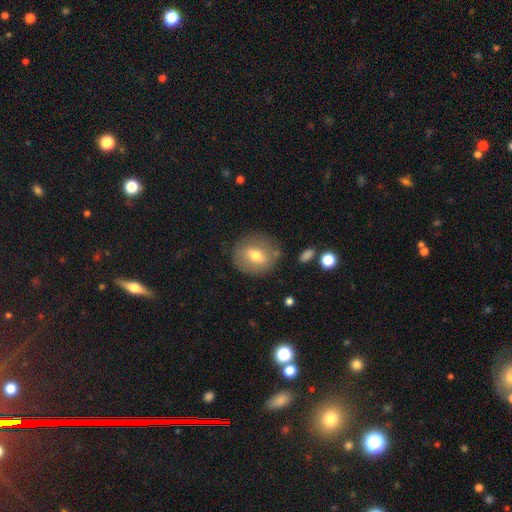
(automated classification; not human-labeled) This is possibly a smooth galaxy (58%). How rounded: likely round (73%). Merging: likely none (78%).